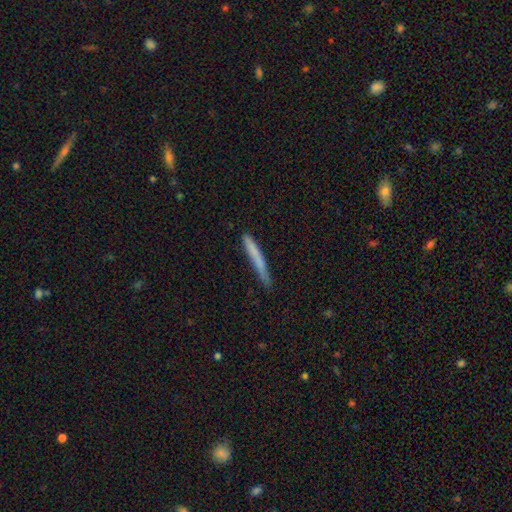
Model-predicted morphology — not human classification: A smooth galaxy with no disk features (71%) that is cigar-shaped (96%).

Vote fractions:
- Smooth or featured? smooth: 71% / featured or disk: 23% / star or artifact: 6%
- How rounded? cigar-shaped: 96% / in between: 2% / round: 1%
- Merging? none: 76% / minor disturbance: 19% / major disturbance: 3% / merger: 2%